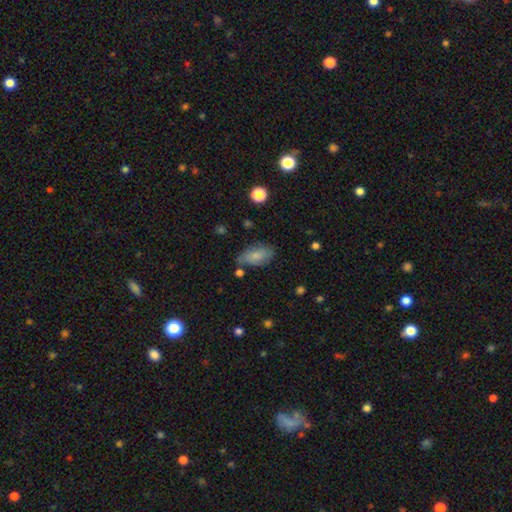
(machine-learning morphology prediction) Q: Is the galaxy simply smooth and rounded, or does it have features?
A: smooth — 76%.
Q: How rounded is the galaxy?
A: in between — 91%.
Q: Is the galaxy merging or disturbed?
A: none — 70%.